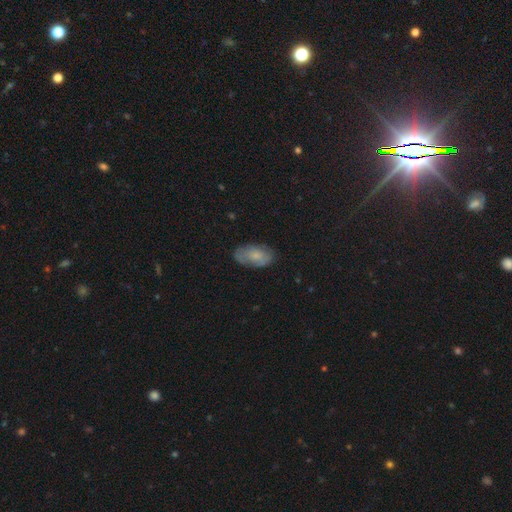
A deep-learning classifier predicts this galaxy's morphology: Q: Smooth or featured?
A: smooth (63%); runner-up: featured or disk (30%)
Q: How rounded?
A: in between (93%); runner-up: round (4%)
Q: Merging?
A: none (75%); runner-up: minor disturbance (19%)